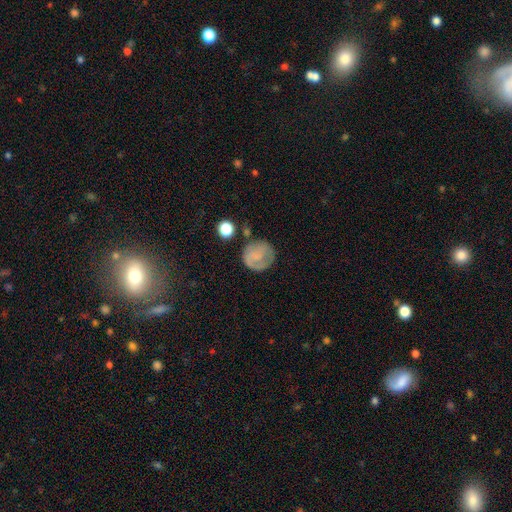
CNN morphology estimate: Smooth or featured?
  - smooth: 60% *
  - featured or disk: 32%
  - star or artifact: 8%
How rounded?
  - round: 87% *
  - in between: 12%
  - cigar-shaped: 1%
Merging?
  - none: 66% *
  - minor disturbance: 20%
  - major disturbance: 10%
  - merger: 4%